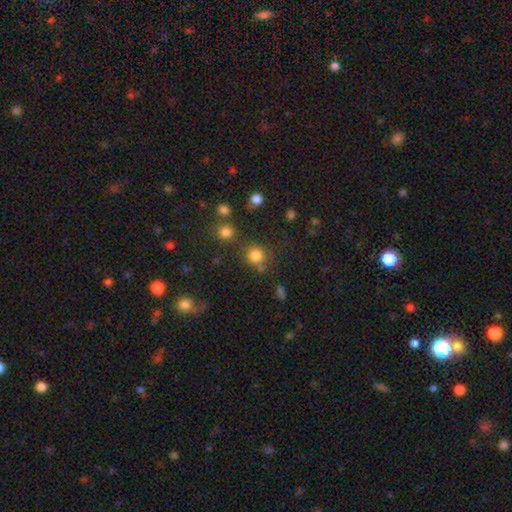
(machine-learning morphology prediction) type=smooth (80%); roundness=round (89%); merging=none (70%).